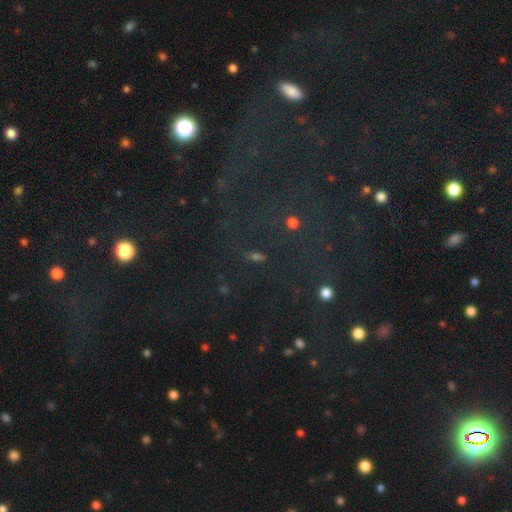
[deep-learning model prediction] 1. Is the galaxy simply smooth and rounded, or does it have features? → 64% star or artifact, 24% smooth, 12% featured or disk.